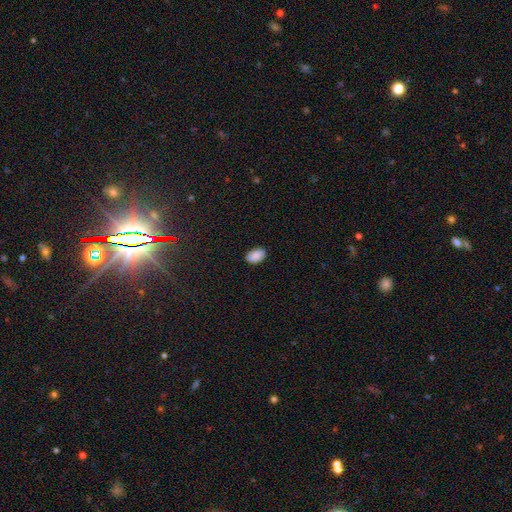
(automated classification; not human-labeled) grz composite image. It shows a smooth galaxy with no disk features (88%) that is in between round and cigar-shaped (90%). Merging: none (86%).